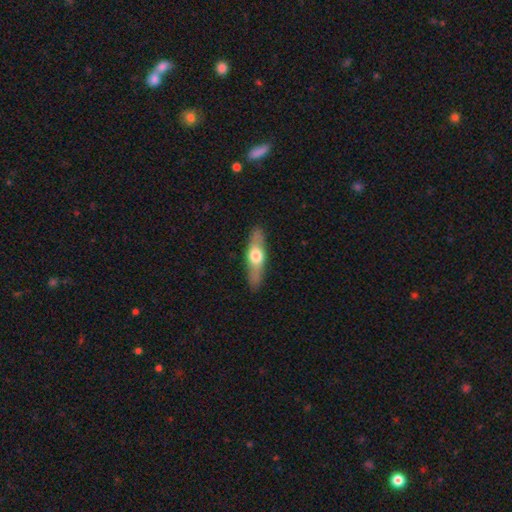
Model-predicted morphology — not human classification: smooth-or-featured: featured or disk: 49% | smooth: 46% | star or artifact: 5%
  merging: none: 87% | minor disturbance: 9% | major disturbance: 2% | merger: 1%